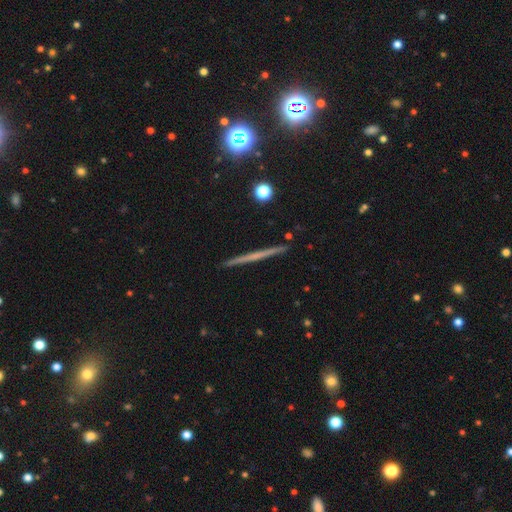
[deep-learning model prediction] The model was most divided on "smooth or featured": featured or disk: 60%, smooth: 29%, star or artifact: 11%. More confident: edge-on disk — yes (98%); merging — none (92%); edge-on bulge — none (78%).